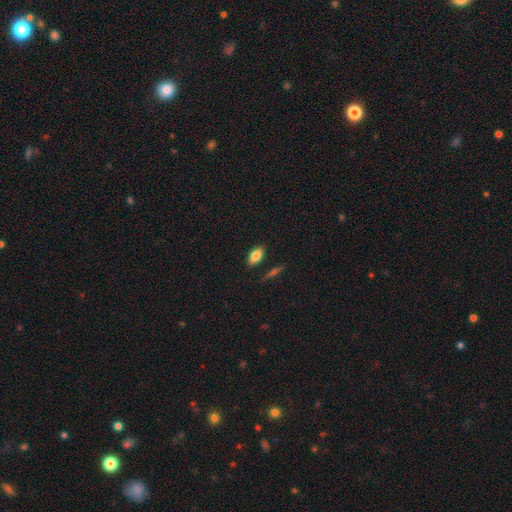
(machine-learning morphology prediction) This is likely a smooth galaxy (80%). How rounded: clearly in between (89%). Merging: clearly none (84%).